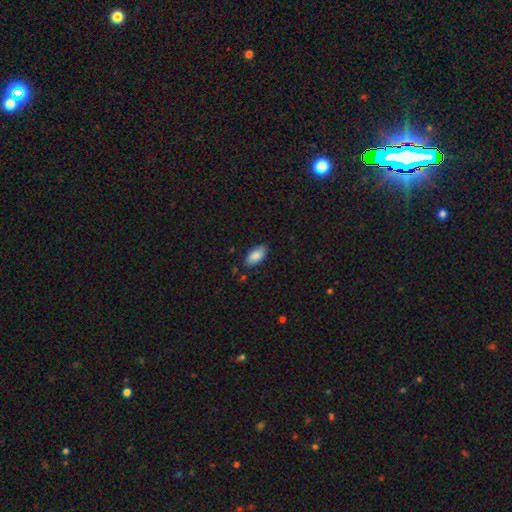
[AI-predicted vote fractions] Smooth or featured?
  - smooth: 86% *
  - featured or disk: 8%
  - star or artifact: 6%
How rounded?
  - in between: 93% *
  - cigar-shaped: 4%
  - round: 2%
Merging?
  - none: 82% *
  - minor disturbance: 13%
  - major disturbance: 3%
  - merger: 2%